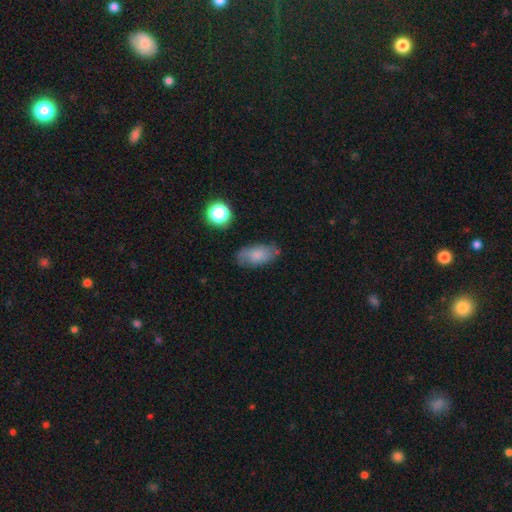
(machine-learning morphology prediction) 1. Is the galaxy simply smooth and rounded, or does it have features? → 67% smooth, 22% featured or disk, 11% star or artifact.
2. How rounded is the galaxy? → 89% in between, 6% round, 5% cigar-shaped.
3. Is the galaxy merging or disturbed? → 73% none, 19% minor disturbance, 5% major disturbance, 2% merger.